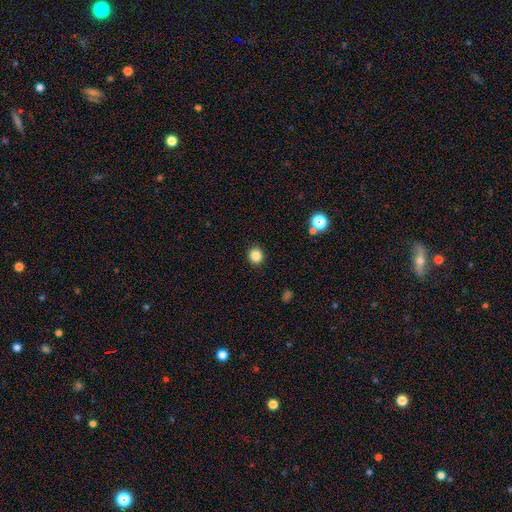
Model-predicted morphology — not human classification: Smooth or featured: smooth — 85% (star or artifact — 11%)
How rounded: round — 90% (in between — 9%)
Merging: none — 92% (minor disturbance — 5%)